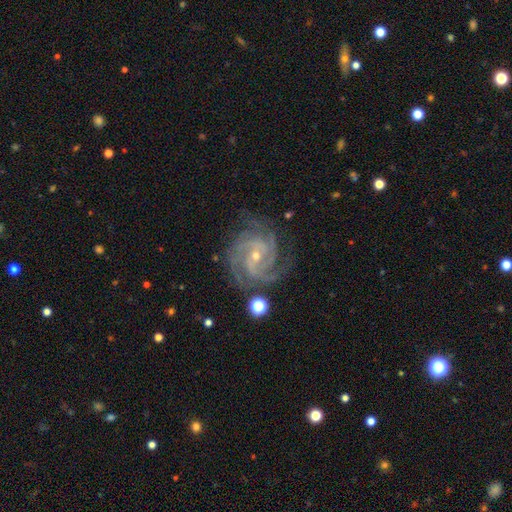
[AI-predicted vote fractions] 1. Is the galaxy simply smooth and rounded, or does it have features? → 92% featured or disk, 5% star or artifact, 3% smooth.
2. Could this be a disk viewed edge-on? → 98% no, 2% yes.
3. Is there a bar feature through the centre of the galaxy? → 49% no, 37% weak, 14% strong.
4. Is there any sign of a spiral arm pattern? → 99% yes, 1% no.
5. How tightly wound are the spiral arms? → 64% tight, 32% medium, 4% loose.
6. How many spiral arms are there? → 40% 3, 27% 4, 12% 2, 10% can't tell, 6% more than 4, 5% 1.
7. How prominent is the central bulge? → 71% small, 26% moderate, 1% none, 1% large, 1% dominant.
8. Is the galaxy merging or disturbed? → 75% none, 16% minor disturbance, 6% major disturbance, 2% merger.